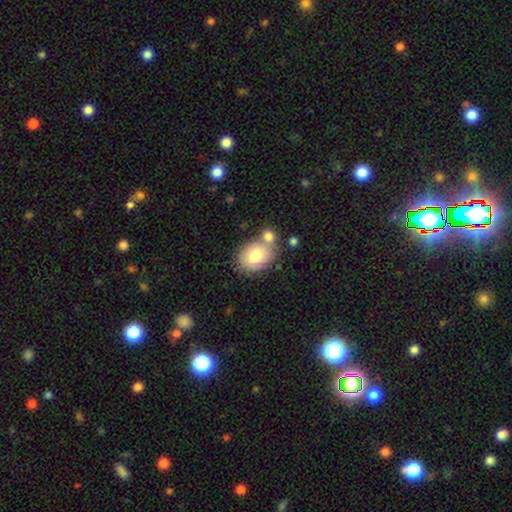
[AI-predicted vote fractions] Smooth or featured? smooth (77%)
How rounded? in between (71%)
Merging? none (51%)